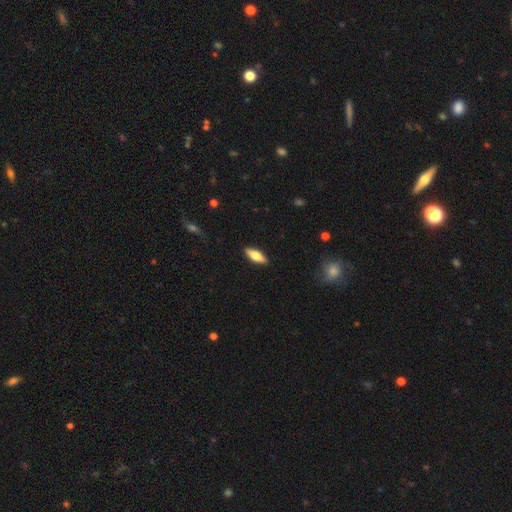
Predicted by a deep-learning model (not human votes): smooth_or_featured: smooth (p=0.64) [alt: featured or disk p=0.30]
how_rounded: in between (p=0.63) [alt: cigar-shaped p=0.35]
merging: none (p=0.89) [alt: minor disturbance p=0.08]